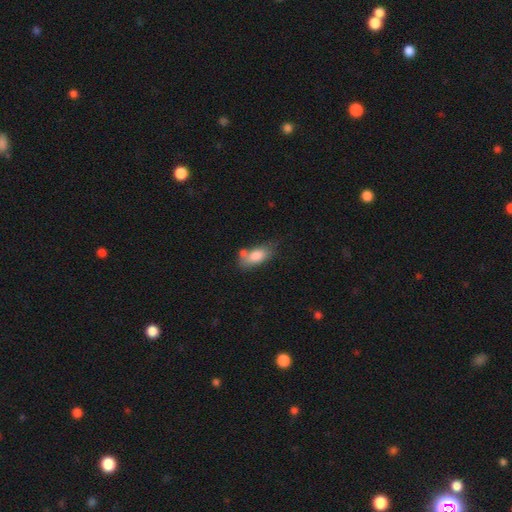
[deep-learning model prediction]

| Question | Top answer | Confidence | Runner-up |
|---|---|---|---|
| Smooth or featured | smooth | 81% | featured or disk (12%) |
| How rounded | in between | 87% | cigar-shaped (8%) |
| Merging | none | 49% | minor disturbance (23%) |